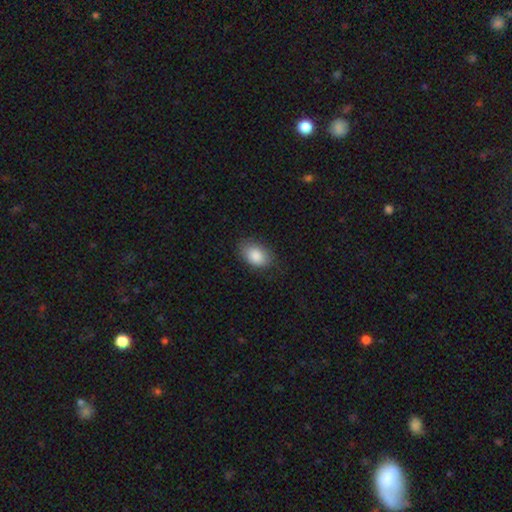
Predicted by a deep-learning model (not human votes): Smooth or featured?
  - smooth: 86% *
  - star or artifact: 7%
  - featured or disk: 7%
How rounded?
  - in between: 88% *
  - round: 11%
  - cigar-shaped: 1%
Merging?
  - none: 79% *
  - minor disturbance: 16%
  - major disturbance: 4%
  - merger: 1%